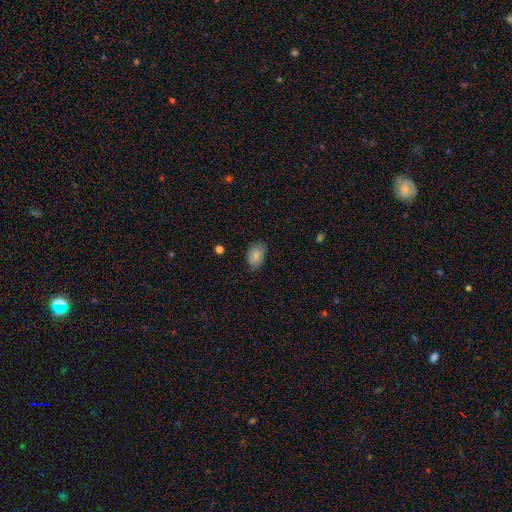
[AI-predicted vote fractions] smooth-or-featured: smooth: 82% | featured or disk: 10% | star or artifact: 8%
  how-rounded: in between: 81% | round: 18% | cigar-shaped: 1%
  merging: none: 73% | minor disturbance: 22% | major disturbance: 4% | merger: 1%